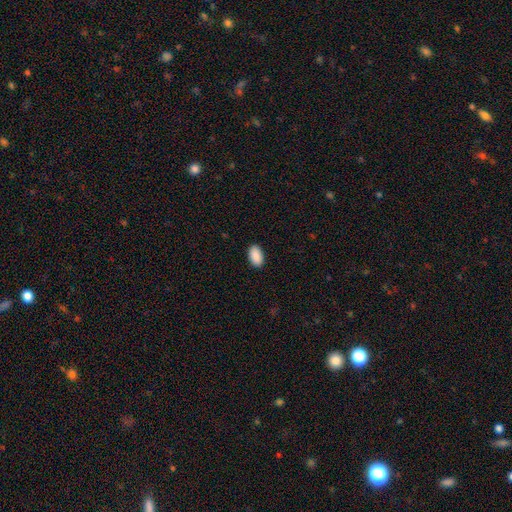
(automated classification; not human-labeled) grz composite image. It shows a smooth galaxy with no disk features (91%) that is in between round and cigar-shaped (95%). Merging: none (90%).